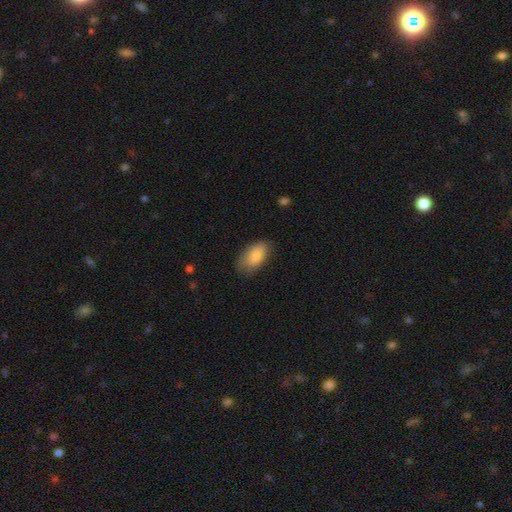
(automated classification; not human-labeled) A smooth galaxy with no disk features (83%) that is in between round and cigar-shaped (93%). Merging: none (74%).